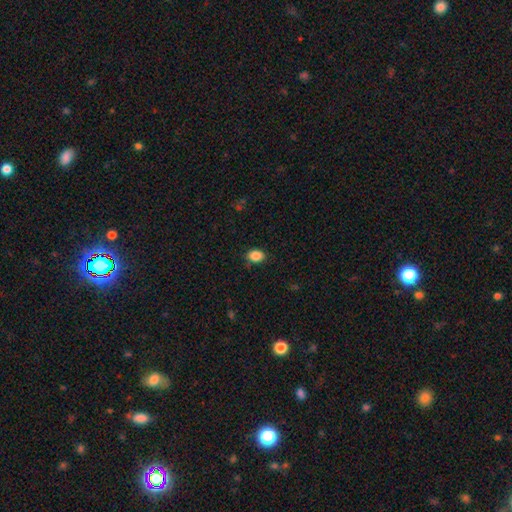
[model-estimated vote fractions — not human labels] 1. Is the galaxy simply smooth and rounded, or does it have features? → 88% smooth, 9% star or artifact, 3% featured or disk.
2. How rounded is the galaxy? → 69% in between, 30% round, 1% cigar-shaped.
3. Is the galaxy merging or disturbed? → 84% none, 12% minor disturbance, 3% major disturbance, 1% merger.